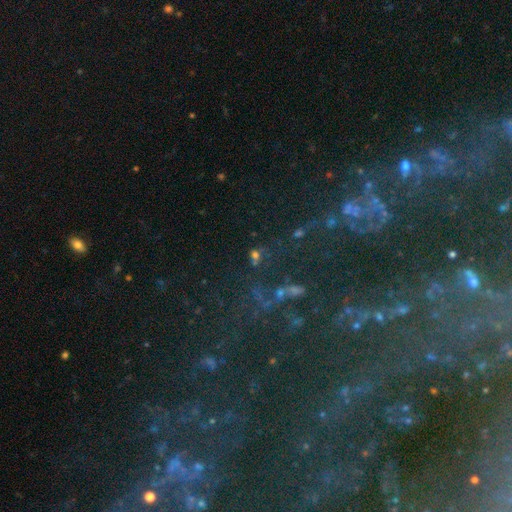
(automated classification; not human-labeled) Smooth or featured: star or artifact — 46% (smooth — 38%)